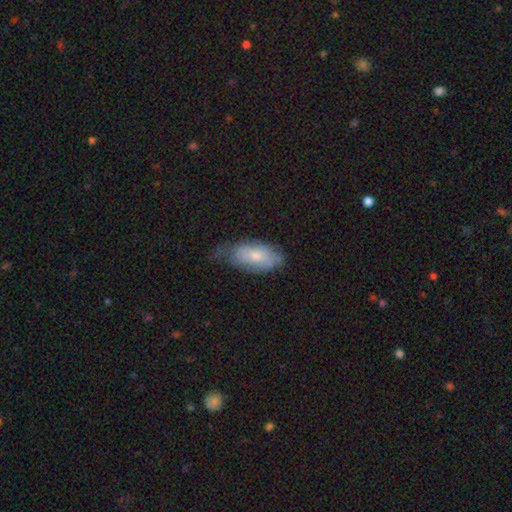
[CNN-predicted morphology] This is likely a smooth galaxy (67%). How rounded: clearly in between (92%). Merging: marginally none (41%).